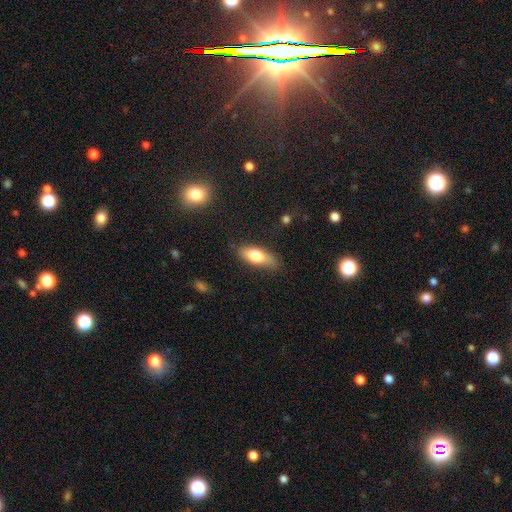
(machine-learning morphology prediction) type=smooth (75%); roundness=in between (73%); merging=none (76%).